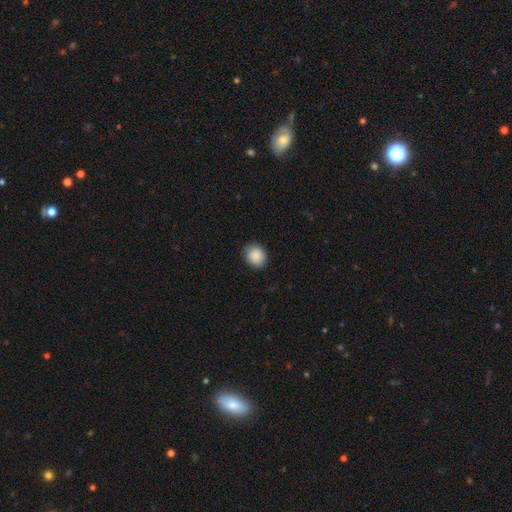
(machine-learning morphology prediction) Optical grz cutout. It shows a smooth galaxy with no disk features (89%) that is round (77%). Merging: none (84%).